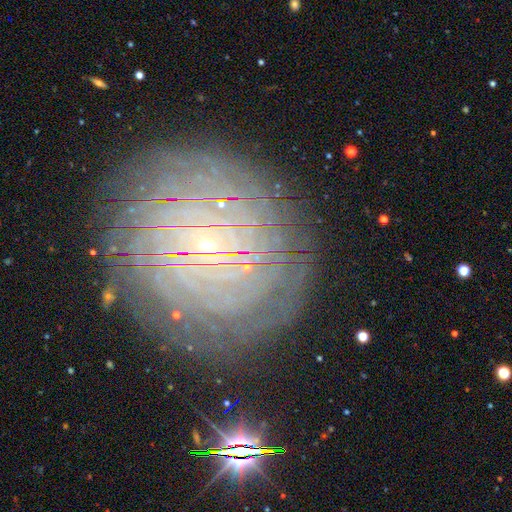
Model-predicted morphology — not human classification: Smooth or featured? Predicted: featured or disk (p=0.75). Edge-on disk? Predicted: no (p=0.96). Bar? Predicted: no (p=0.65). Spiral arms? Predicted: yes (p=0.94). Spiral winding? Predicted: tight (p=0.90). Spiral arm count? Predicted: can't tell (p=0.31). Bulge size? Predicted: small (p=0.89). Merging? Predicted: none (p=0.85).